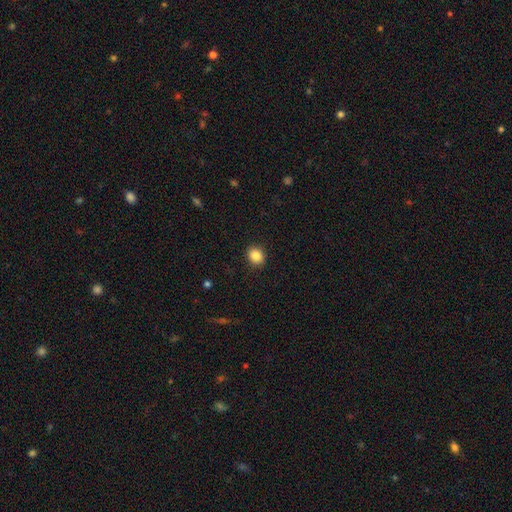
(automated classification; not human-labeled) This appears to be a smooth galaxy with no disk features (86%) that is round (56%). Merging: none (90%).